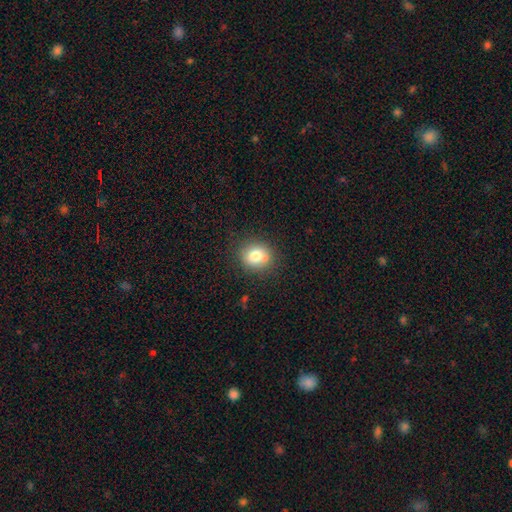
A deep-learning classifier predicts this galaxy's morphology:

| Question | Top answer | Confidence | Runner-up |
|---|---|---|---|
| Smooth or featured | smooth | 77% | featured or disk (12%) |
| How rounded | round | 76% | in between (23%) |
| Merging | none | 77% | minor disturbance (14%) |